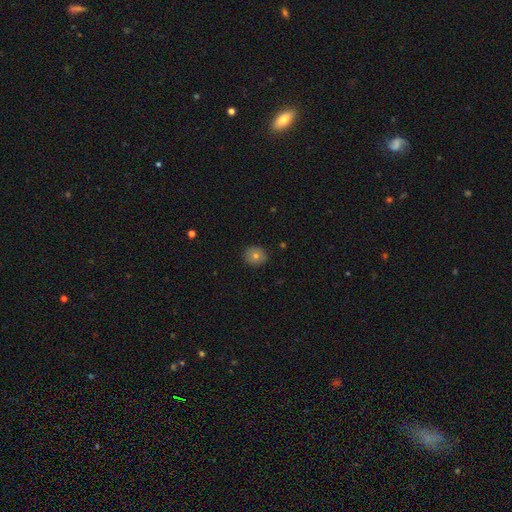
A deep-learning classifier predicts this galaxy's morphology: Smooth or featured?
  - smooth: 74% *
  - featured or disk: 15%
  - star or artifact: 11%
How rounded?
  - round: 81% *
  - in between: 18%
  - cigar-shaped: 1%
Merging?
  - none: 89% *
  - minor disturbance: 8%
  - major disturbance: 2%
  - merger: 1%